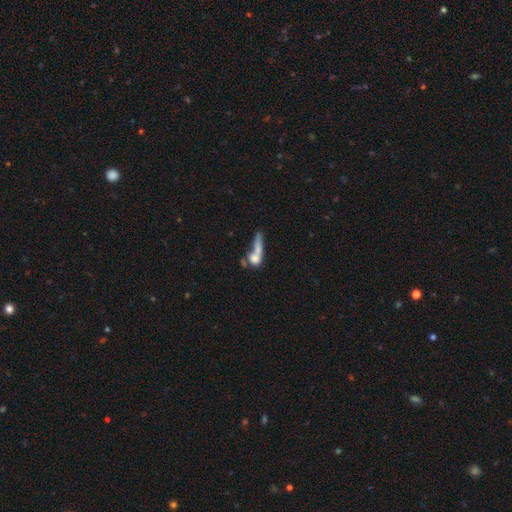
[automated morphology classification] This is possibly a smooth galaxy (59%). How rounded: marginally cigar-shaped (45%). Merging: possibly merger (48%).